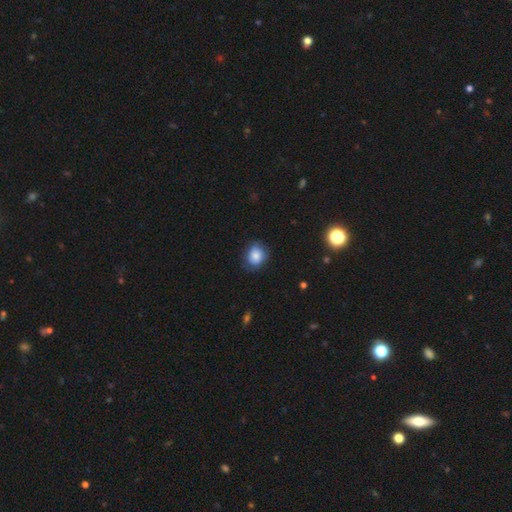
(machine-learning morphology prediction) smooth_or_featured: smooth (p=0.78) [alt: featured or disk p=0.13]
how_rounded: round (p=0.63) [alt: in between p=0.36]
merging: none (p=0.72) [alt: minor disturbance p=0.21]